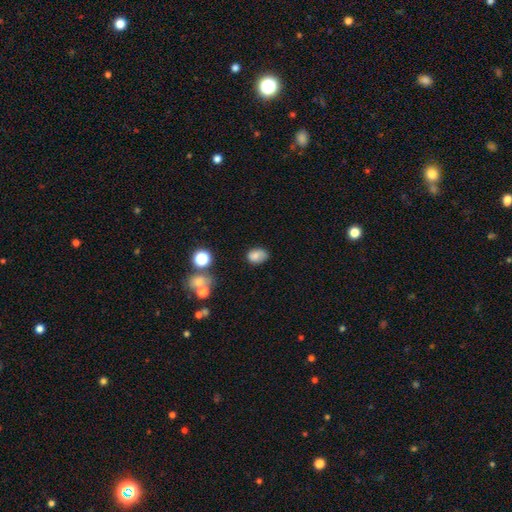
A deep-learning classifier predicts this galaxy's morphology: Smooth or featured? smooth (77%)
How rounded? in between (75%)
Merging? none (65%)